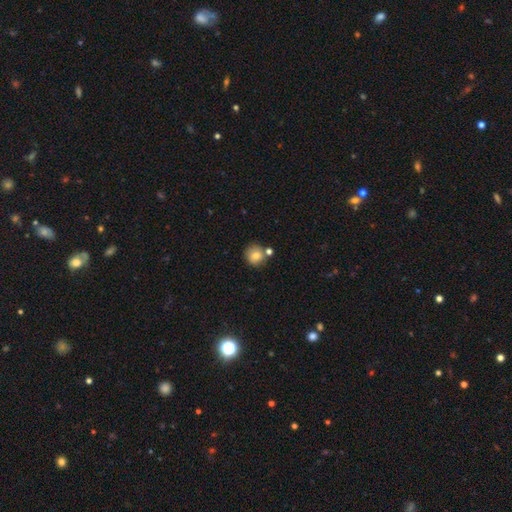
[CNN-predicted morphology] Smooth or featured?
  - smooth: 78% *
  - featured or disk: 12%
  - star or artifact: 10%
How rounded?
  - round: 91% *
  - in between: 8%
  - cigar-shaped: 1%
Merging?
  - none: 70% *
  - merger: 15%
  - minor disturbance: 11%
  - major disturbance: 3%